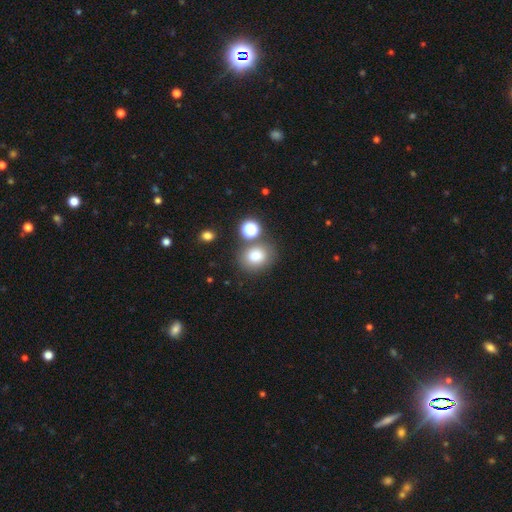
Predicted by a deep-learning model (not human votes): Smooth or featured: smooth — 79% (star or artifact — 13%)
How rounded: round — 56% (in between — 43%)
Merging: none — 70% (minor disturbance — 13%)